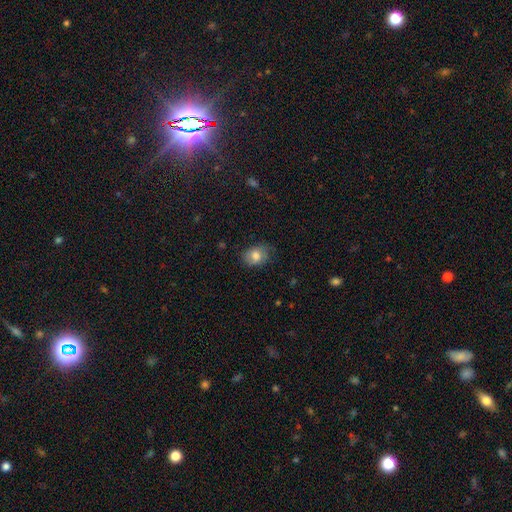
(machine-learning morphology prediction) Q: Smooth or featured?
A: smooth (79%); runner-up: featured or disk (13%)
Q: How rounded?
A: in between (65%); runner-up: round (34%)
Q: Merging?
A: none (68%); runner-up: minor disturbance (24%)